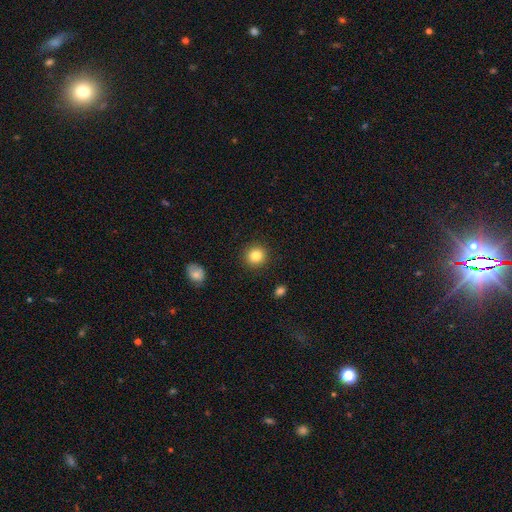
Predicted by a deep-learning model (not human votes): Overall: smooth (84%). How rounded: round (92%). Merging: none (91%).